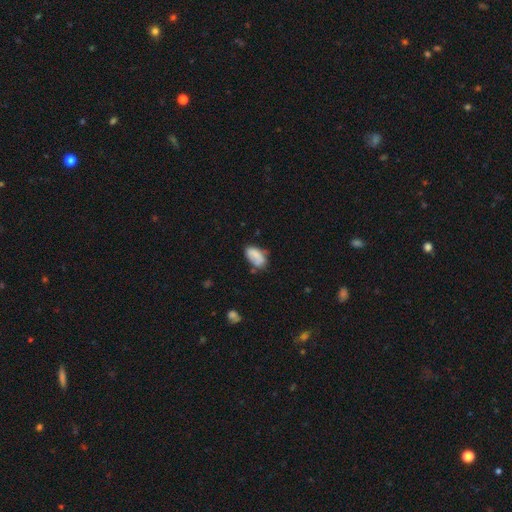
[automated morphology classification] Q: Smooth or featured?
A: smooth (77%); runner-up: featured or disk (15%)
Q: How rounded?
A: in between (92%); runner-up: round (5%)
Q: Merging?
A: none (52%); runner-up: minor disturbance (29%)